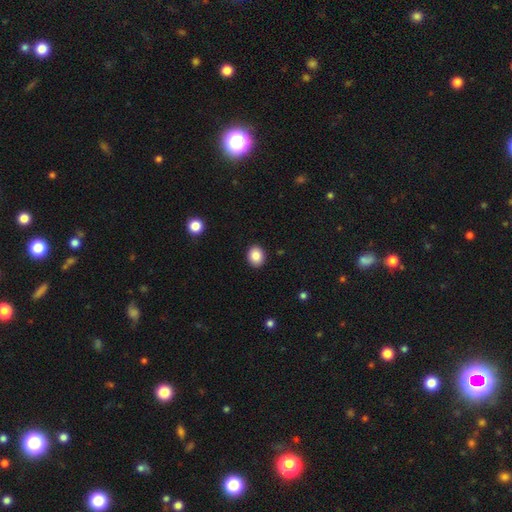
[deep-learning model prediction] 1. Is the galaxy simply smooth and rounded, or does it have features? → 86% smooth, 9% star or artifact, 5% featured or disk.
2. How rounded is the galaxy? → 52% round, 47% in between, 1% cigar-shaped.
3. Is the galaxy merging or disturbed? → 91% none, 6% minor disturbance, 2% major disturbance, 1% merger.